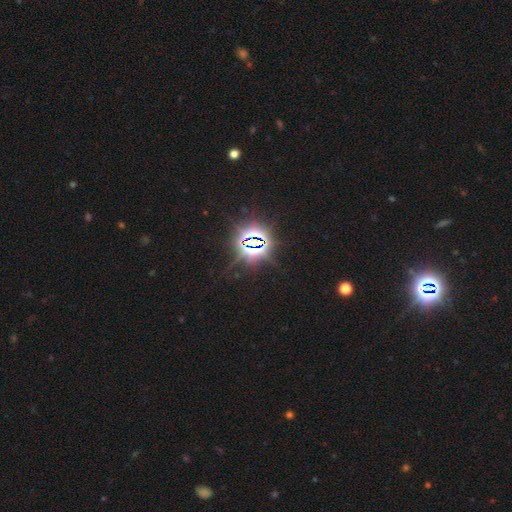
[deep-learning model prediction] Q: Smooth or featured?
A: star or artifact (83%); runner-up: smooth (9%)